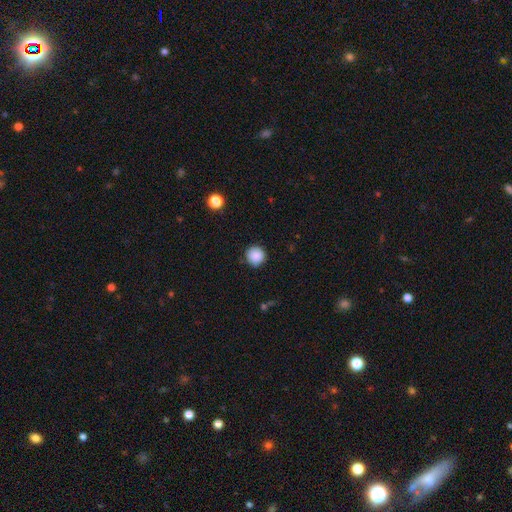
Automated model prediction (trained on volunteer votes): smooth_or_featured: smooth (p=0.88) [alt: star or artifact p=0.09]
how_rounded: round (p=0.95) [alt: in between p=0.04]
merging: none (p=0.89) [alt: minor disturbance p=0.08]